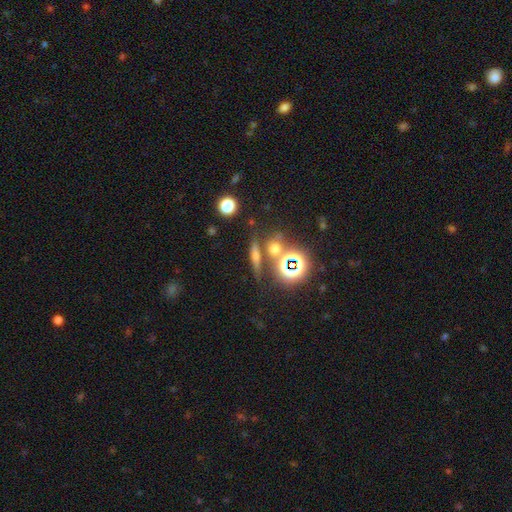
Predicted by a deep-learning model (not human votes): A smooth galaxy with no disk features (43%).

Vote fractions:
- Smooth or featured? smooth: 43% / star or artifact: 29% / featured or disk: 28%
- Merging? none: 75% / merger: 12% / minor disturbance: 9% / major disturbance: 4%